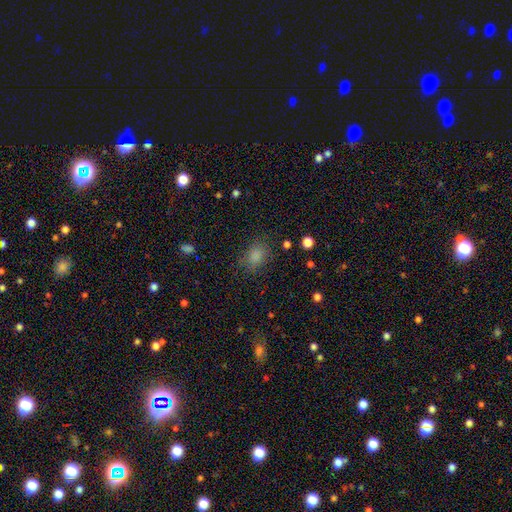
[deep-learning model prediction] Q: Smooth or featured?
A: smooth (81%); runner-up: star or artifact (13%)
Q: How rounded?
A: in between (64%); runner-up: round (35%)
Q: Merging?
A: none (75%); runner-up: minor disturbance (16%)